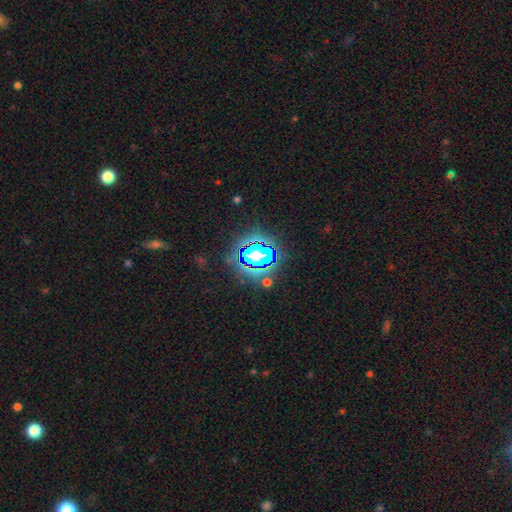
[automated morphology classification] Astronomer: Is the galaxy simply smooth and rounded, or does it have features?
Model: star or artifact — 80%.